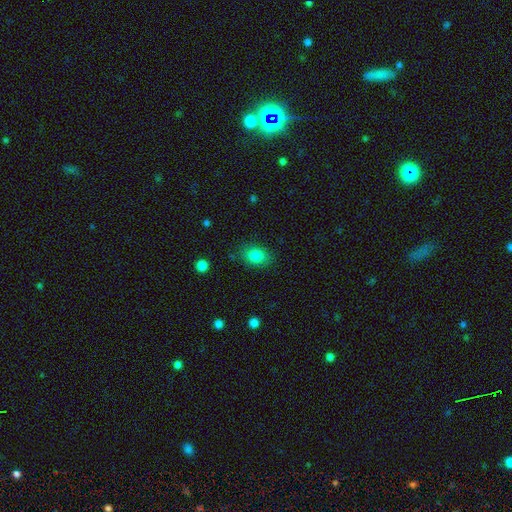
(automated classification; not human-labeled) smooth-or-featured: smooth: 83% | star or artifact: 10% | featured or disk: 7%
  how-rounded: in between: 70% | round: 29% | cigar-shaped: 1%
  merging: none: 83% | minor disturbance: 12% | major disturbance: 4% | merger: 2%